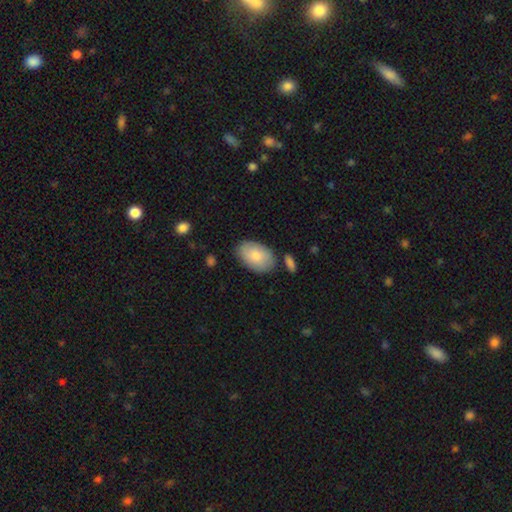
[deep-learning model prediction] smooth-or-featured: smooth: 81% | featured or disk: 14% | star or artifact: 5%
  how-rounded: in between: 92% | round: 7% | cigar-shaped: 1%
  merging: none: 79% | minor disturbance: 14% | merger: 4% | major disturbance: 3%